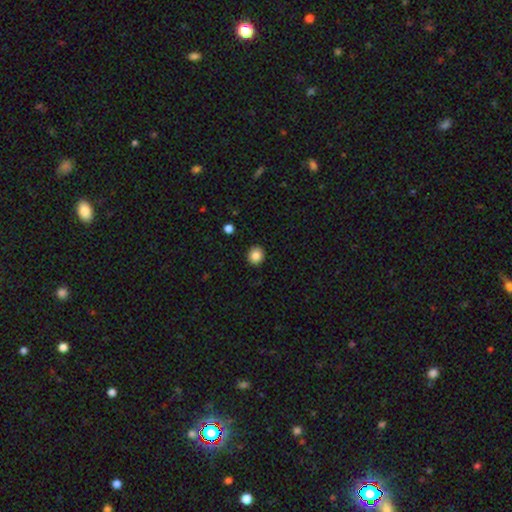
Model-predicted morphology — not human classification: type=smooth (85%); roundness=round (83%); merging=none (92%).